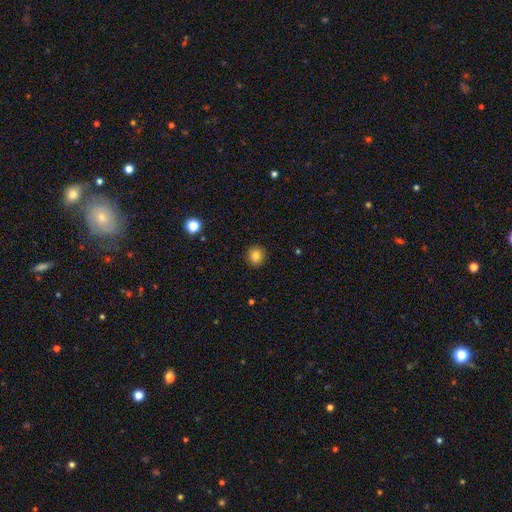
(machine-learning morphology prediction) type=smooth (83%); roundness=round (87%); merging=none (92%).